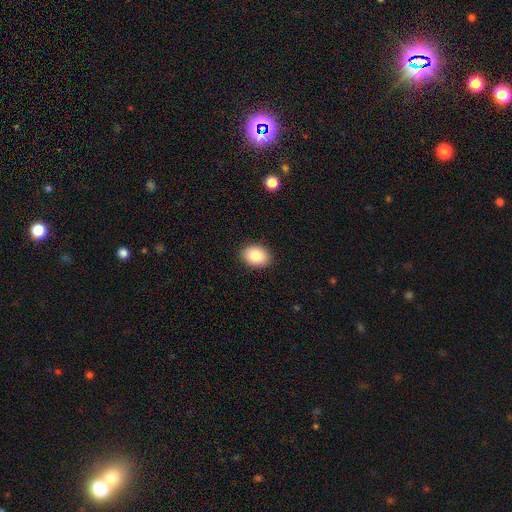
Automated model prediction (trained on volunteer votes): A smooth galaxy with no disk features (84%) that is in between round and cigar-shaped (66%).

Vote fractions:
- Smooth or featured? smooth: 84% / star or artifact: 8% / featured or disk: 8%
- How rounded? in between: 66% / round: 33% / cigar-shaped: 1%
- Merging? none: 90% / minor disturbance: 7% / major disturbance: 2% / merger: 1%